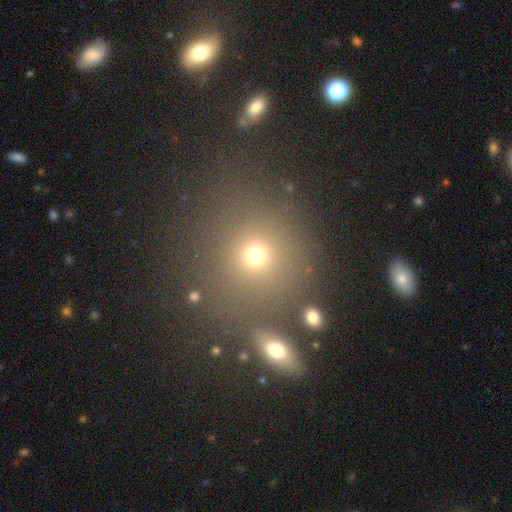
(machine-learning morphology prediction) A smooth galaxy with no disk features (64%) that is round (89%).

Vote fractions:
- Smooth or featured? smooth: 64% / star or artifact: 24% / featured or disk: 12%
- How rounded? round: 89% / in between: 10% / cigar-shaped: 1%
- Merging? none: 77% / minor disturbance: 10% / merger: 8% / major disturbance: 5%